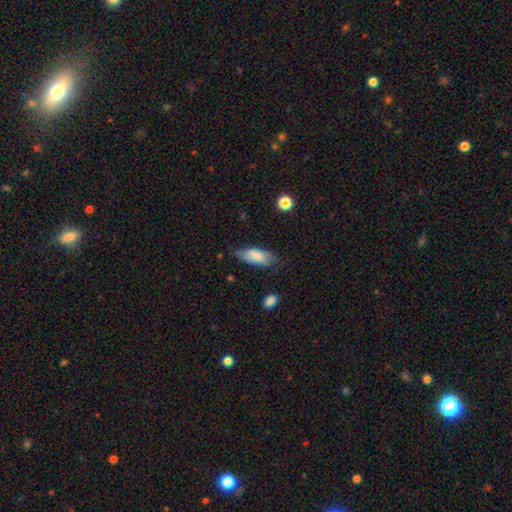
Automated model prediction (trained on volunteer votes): smooth 76%, featured or disk 18%, star or artifact 7%. Down the decision tree: how rounded — in between (80%); merging — none (61%).